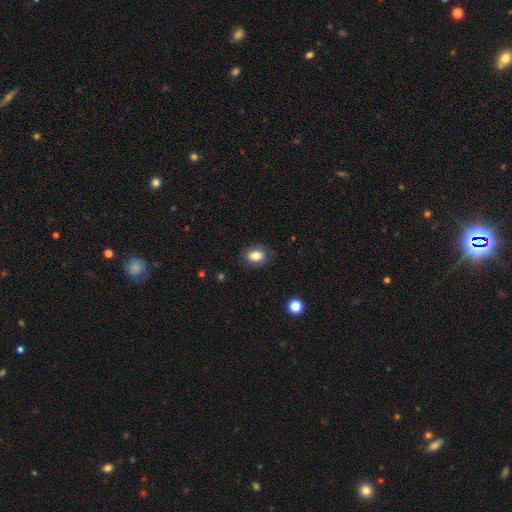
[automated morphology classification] smooth-or-featured: smooth: 83% | star or artifact: 9% | featured or disk: 8%
  how-rounded: in between: 78% | round: 21% | cigar-shaped: 1%
  merging: none: 83% | minor disturbance: 13% | major disturbance: 3% | merger: 1%